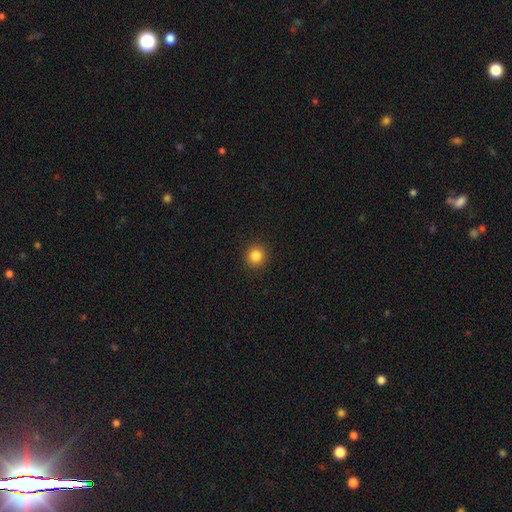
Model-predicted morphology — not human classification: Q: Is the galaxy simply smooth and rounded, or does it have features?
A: smooth — 84%.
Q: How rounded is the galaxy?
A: round — 91%.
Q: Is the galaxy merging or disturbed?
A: none — 92%.